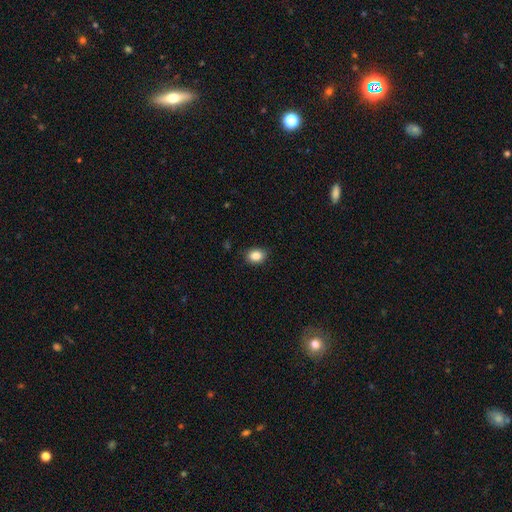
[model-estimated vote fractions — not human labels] Smooth or featured?
  - smooth: 87% *
  - star or artifact: 9%
  - featured or disk: 4%
How rounded?
  - in between: 60% *
  - round: 39%
  - cigar-shaped: 1%
Merging?
  - none: 85% *
  - minor disturbance: 12%
  - major disturbance: 2%
  - merger: 1%